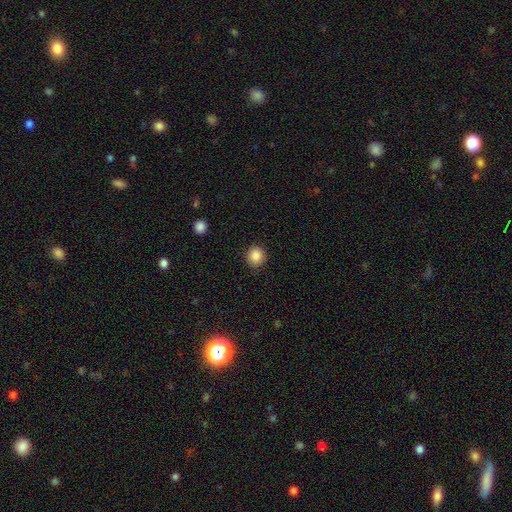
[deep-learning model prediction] smooth 87%, star or artifact 10%, featured or disk 4%. Down the decision tree: how rounded — round (86%); merging — none (89%).